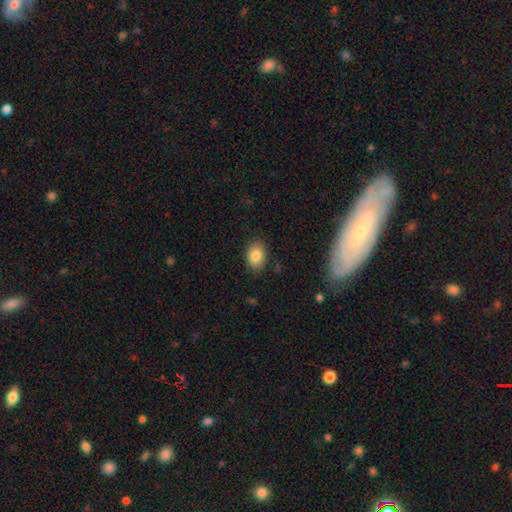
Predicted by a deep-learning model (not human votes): Smooth or featured? Predicted: smooth (p=0.84). How rounded? Predicted: in between (p=0.78). Merging? Predicted: none (p=0.86).